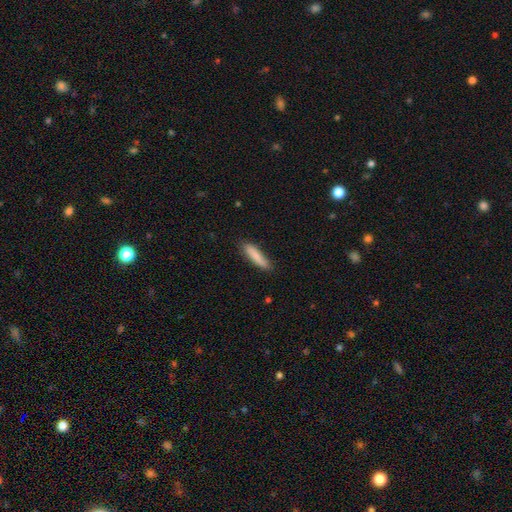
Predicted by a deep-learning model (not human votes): Smooth or featured?
  - smooth: 85% *
  - featured or disk: 10%
  - star or artifact: 6%
How rounded?
  - cigar-shaped: 79% *
  - in between: 20%
  - round: 1%
Merging?
  - none: 81% *
  - minor disturbance: 15%
  - major disturbance: 2%
  - merger: 1%